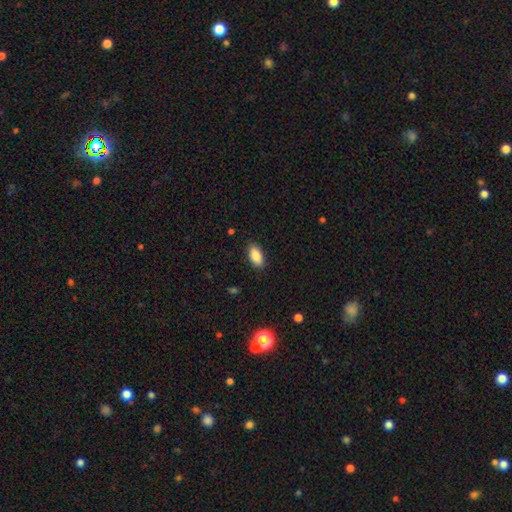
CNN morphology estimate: smooth 87%, star or artifact 7%, featured or disk 5%. Down the decision tree: how rounded — in between (92%); merging — none (87%).